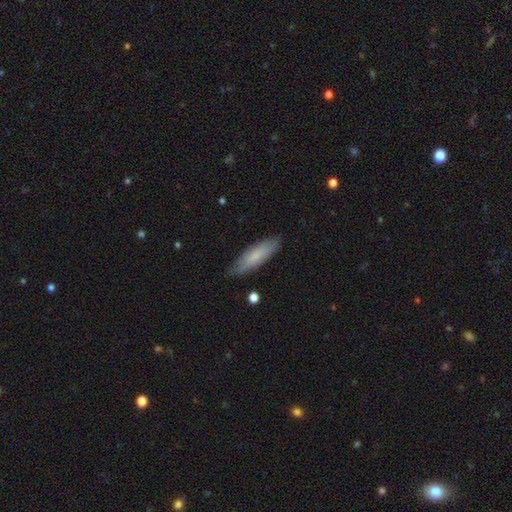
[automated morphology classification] This is likely a smooth galaxy (76%). How rounded: possibly cigar-shaped (57%). Merging: clearly none (82%).